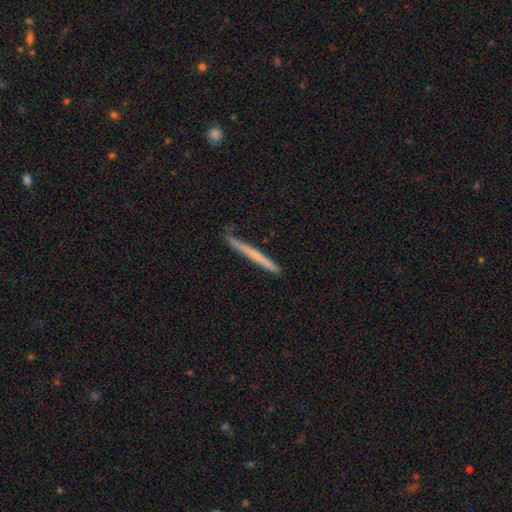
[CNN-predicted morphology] smooth_or_featured: smooth (p=0.54) [alt: featured or disk p=0.40]
how_rounded: cigar-shaped (p=0.97) [alt: in between p=0.02]
merging: none (p=0.79) [alt: minor disturbance p=0.16]